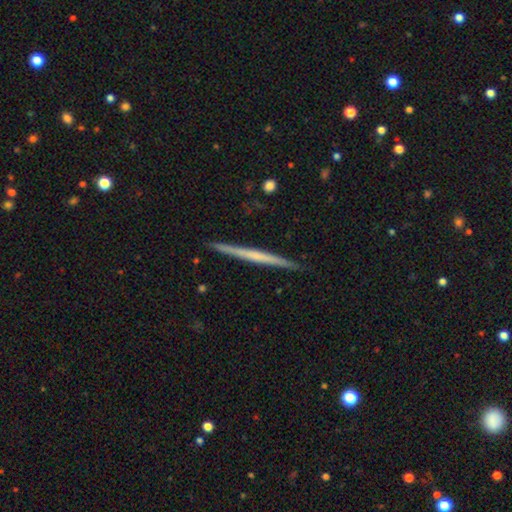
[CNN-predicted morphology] Overall: featured or disk (58%; smooth 37%). Edge-on disk: yes (98%). Edge-on bulge: none (81%). Merging: none (92%).